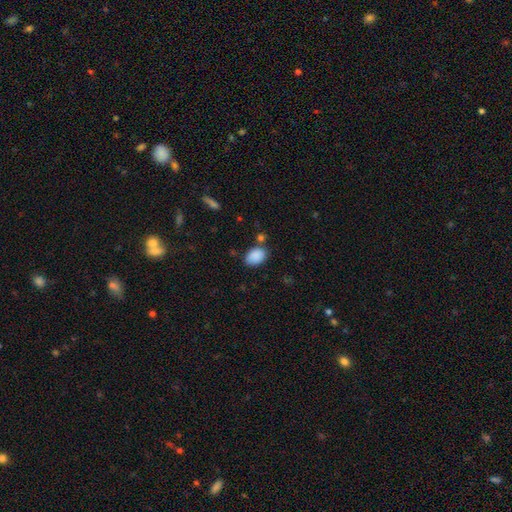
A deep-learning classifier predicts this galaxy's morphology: The model was most divided on "merging": none: 75%, minor disturbance: 15%, merger: 6%, major disturbance: 4%. More confident: smooth or featured — smooth (89%); how rounded — in between (84%).